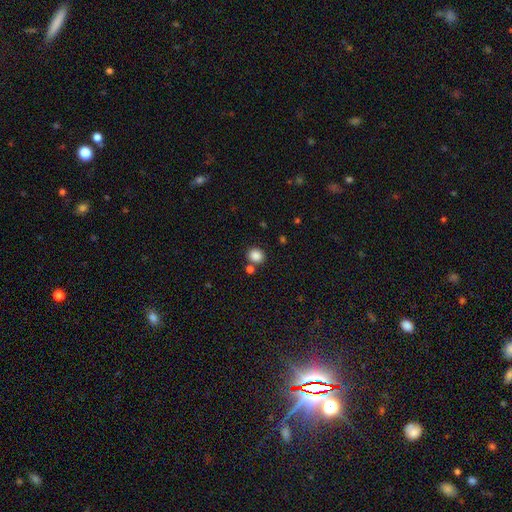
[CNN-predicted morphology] Smooth or featured? Predicted: smooth (p=0.86). How rounded? Predicted: round (p=0.77). Merging? Predicted: none (p=0.77).